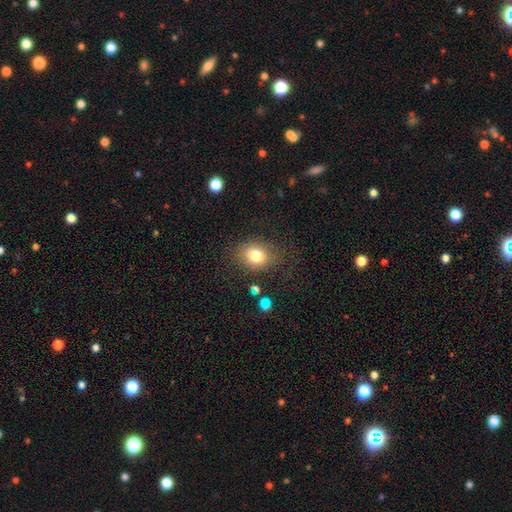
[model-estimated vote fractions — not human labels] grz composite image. It shows a smooth galaxy with no disk features (78%) that is in between round and cigar-shaped (51%). Merging: none (78%).